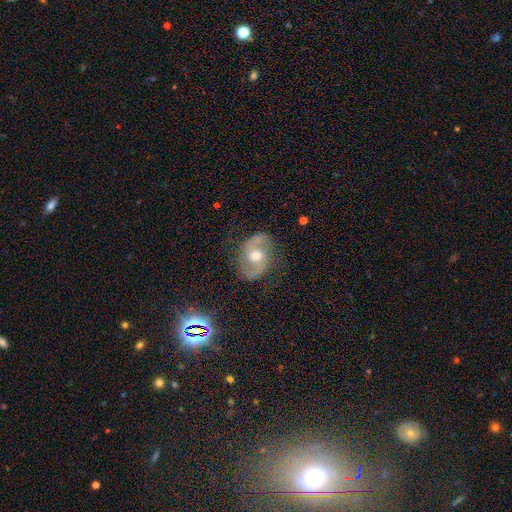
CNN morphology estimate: This is likely a featured or disk galaxy (77%). It is clearly not viewed edge-on (96%). Bar: possibly no (52%). Spiral arm pattern: clearly yes (88%). Spiral arm count: clearly 2 (90%). Spiral winding: possibly medium (53%). Central bulge: likely moderate (65%). Merging: likely none (77%).